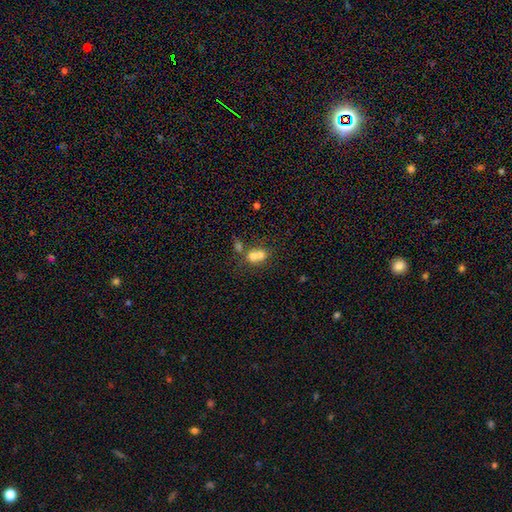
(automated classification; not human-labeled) This appears to be a smooth galaxy with no disk features (66%) that is round (67%). Merging: merger (67%).